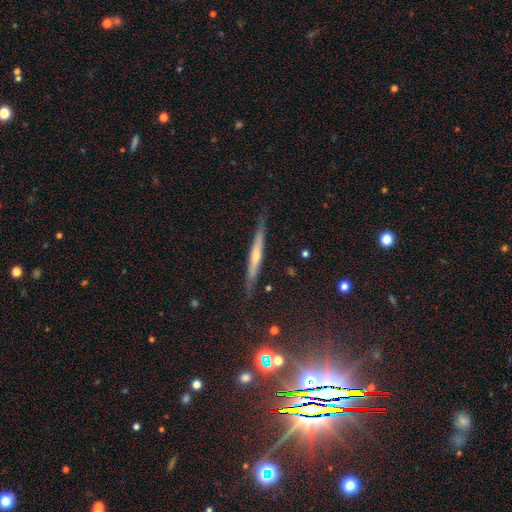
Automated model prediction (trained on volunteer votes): Smooth or featured? featured or disk (66%)
Edge-on disk? yes (96%)
Edge-on bulge? rounded (71%)
Merging? none (86%)